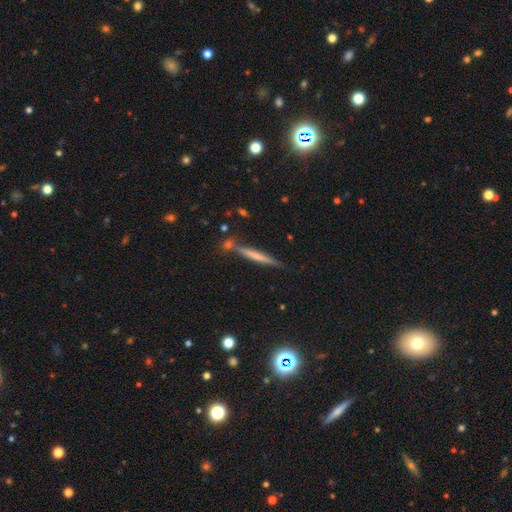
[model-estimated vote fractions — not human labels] This is possibly a smooth galaxy (48%). Merging: likely none (80%).